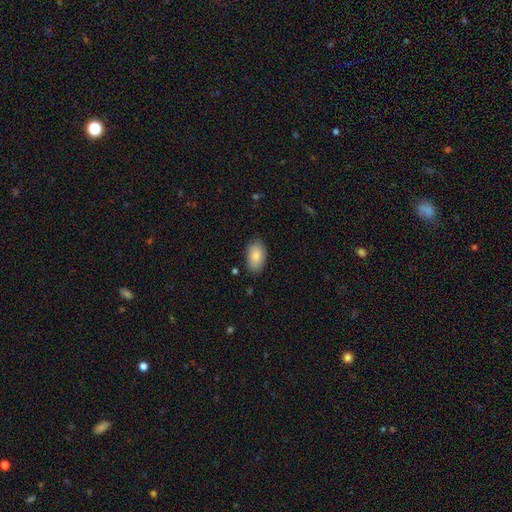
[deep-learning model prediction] Smooth or featured? Predicted: smooth (p=0.86). How rounded? Predicted: in between (p=0.94). Merging? Predicted: none (p=0.84).